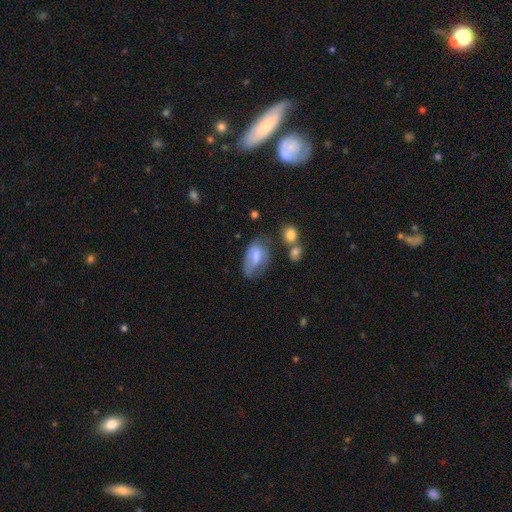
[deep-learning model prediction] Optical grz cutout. It shows a smooth galaxy with no disk features (65%) that is in between round and cigar-shaped (90%). Merging: none (35%).